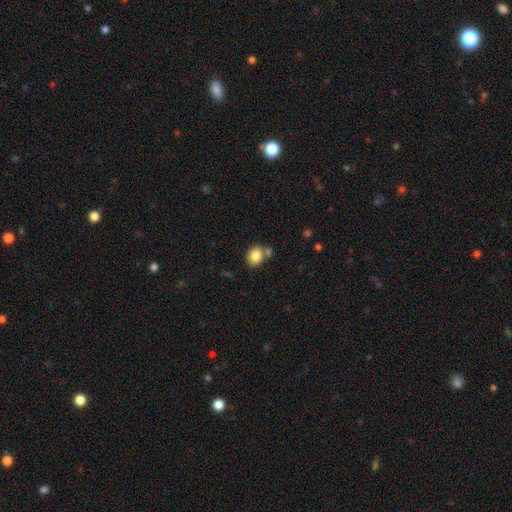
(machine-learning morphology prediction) Overall: smooth (83%). How rounded: round (56%; in between 43%). Merging: none (61%; merger 23%).